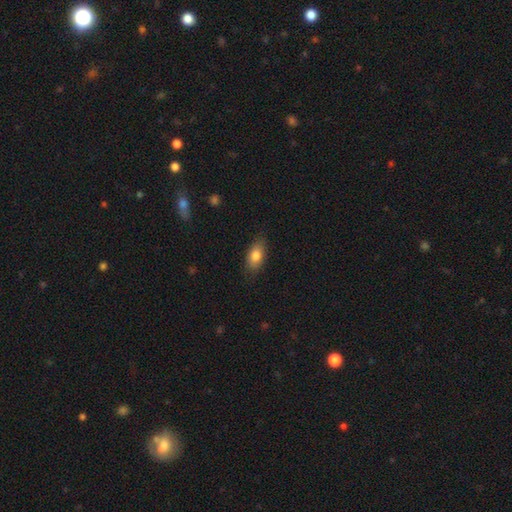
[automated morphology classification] type=smooth (80%); roundness=in between (87%); merging=none (81%).